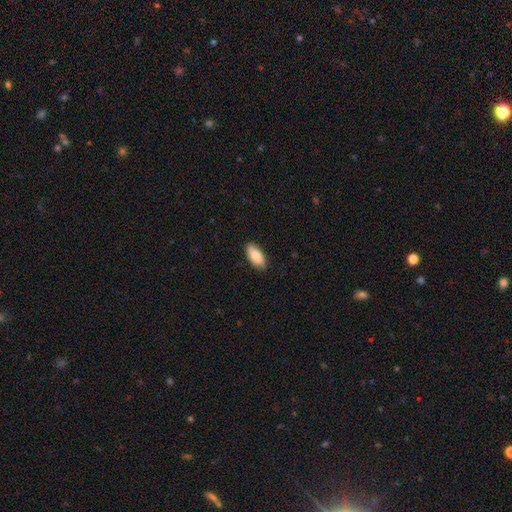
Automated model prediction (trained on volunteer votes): This is clearly a smooth galaxy (86%). How rounded: clearly in between (90%). Merging: clearly none (87%).